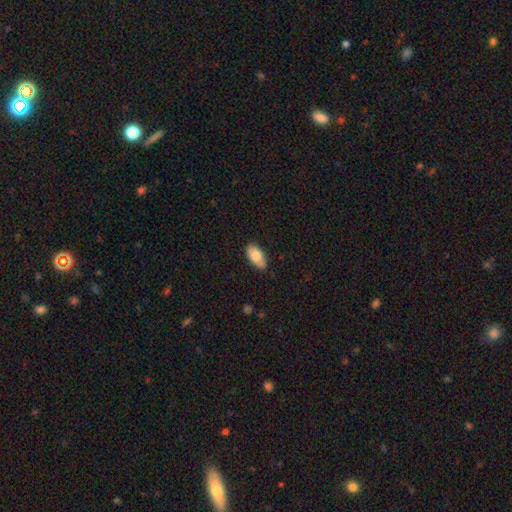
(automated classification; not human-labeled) smooth_or_featured: smooth (p=0.78) [alt: featured or disk p=0.15]
how_rounded: in between (p=0.93) [alt: cigar-shaped p=0.04]
merging: none (p=0.81) [alt: minor disturbance p=0.15]